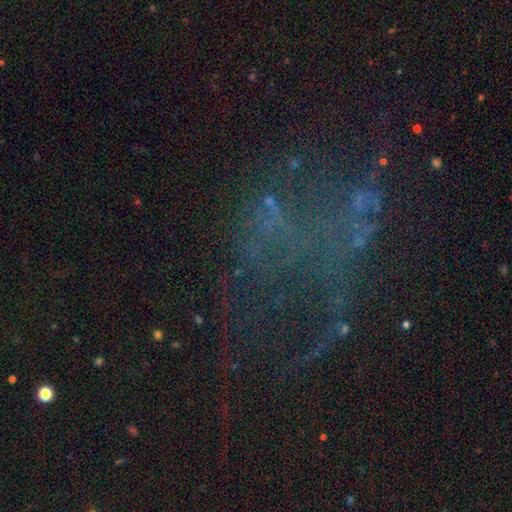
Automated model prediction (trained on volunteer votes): Smooth or featured: star or artifact — 44% (featured or disk — 39%)